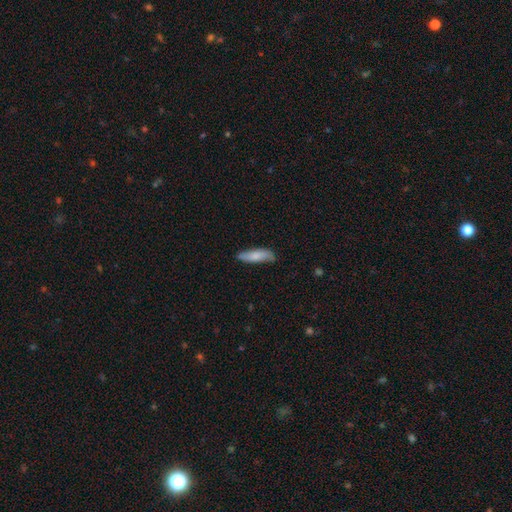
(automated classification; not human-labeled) Q: Smooth or featured?
A: smooth (76%); runner-up: featured or disk (19%)
Q: How rounded?
A: cigar-shaped (60%); runner-up: in between (39%)
Q: Merging?
A: none (76%); runner-up: minor disturbance (19%)